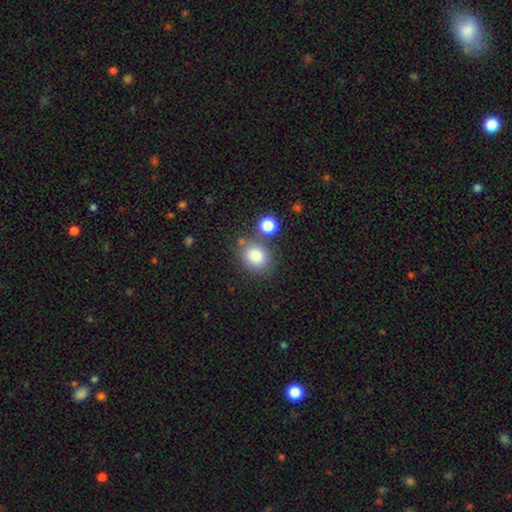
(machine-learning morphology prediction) The model was most divided on "how rounded": round: 53%, in between: 46%, cigar-shaped: 1%. More confident: smooth or featured — smooth (84%); merging — none (68%).